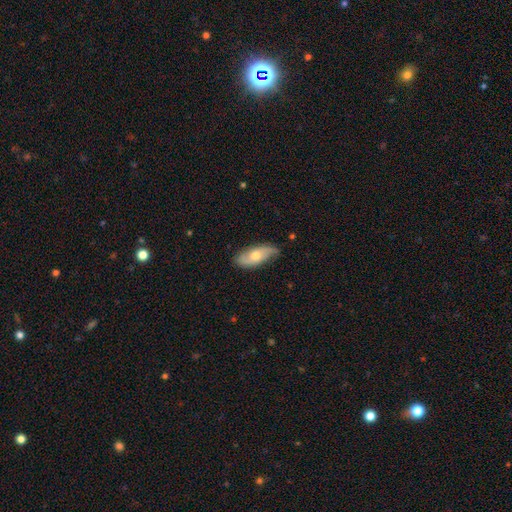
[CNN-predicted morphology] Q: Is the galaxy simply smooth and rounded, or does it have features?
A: featured or disk — 48%.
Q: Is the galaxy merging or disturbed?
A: none — 73%.